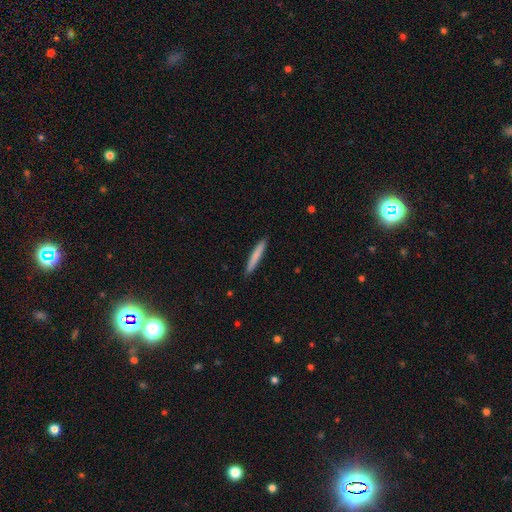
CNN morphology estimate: smooth 78%, featured or disk 17%, star or artifact 6%. Down the decision tree: how rounded — cigar-shaped (96%); merging — none (91%).